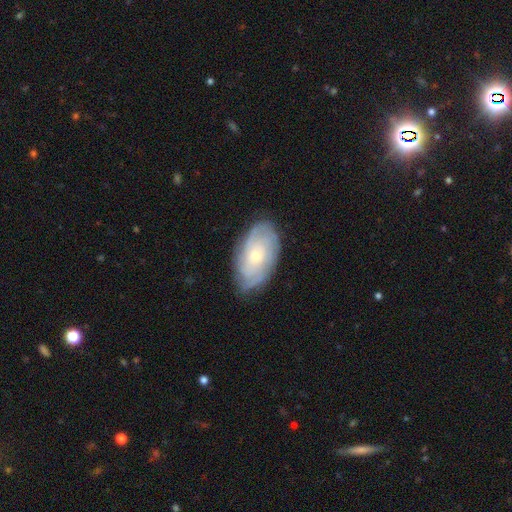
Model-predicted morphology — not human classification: This appears to be a featured or disk galaxy (74%) with no bar (79%), tight (72%) spiral arms (91%) and a small central bulge (58%). Merging: none (79%).